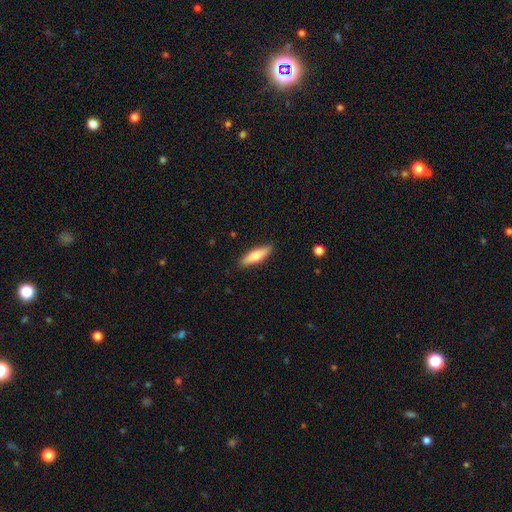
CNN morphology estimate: This is likely a smooth galaxy (73%). How rounded: likely cigar-shaped (63%). Merging: clearly none (89%).